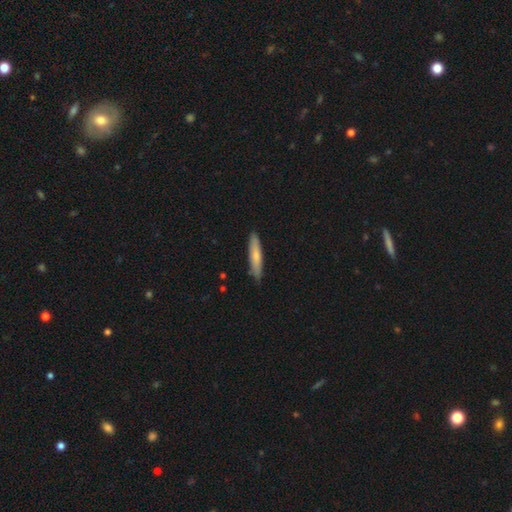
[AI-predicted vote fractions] Smooth or featured?
  - smooth: 71% *
  - featured or disk: 24%
  - star or artifact: 5%
How rounded?
  - cigar-shaped: 86% *
  - in between: 12%
  - round: 1%
Merging?
  - none: 87% *
  - minor disturbance: 10%
  - major disturbance: 2%
  - merger: 1%